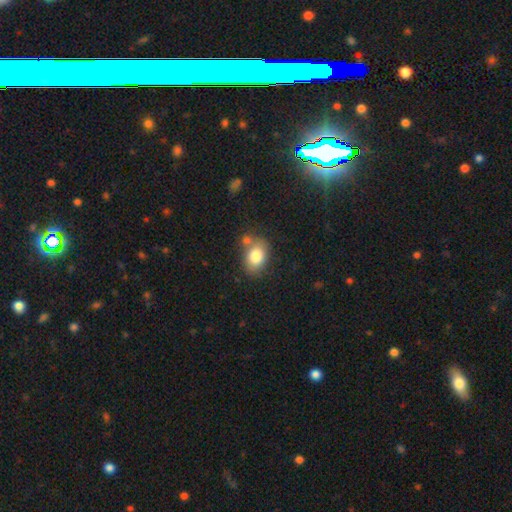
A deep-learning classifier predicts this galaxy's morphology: Q: Smooth or featured?
A: smooth (81%); runner-up: featured or disk (11%)
Q: How rounded?
A: in between (73%); runner-up: round (26%)
Q: Merging?
A: none (64%); runner-up: minor disturbance (16%)